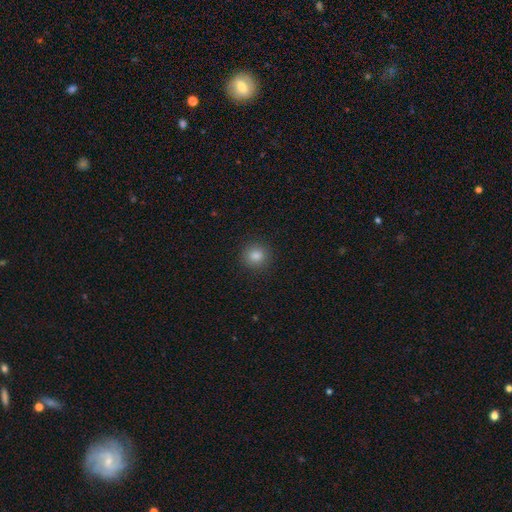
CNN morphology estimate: Smooth or featured? Predicted: smooth (p=0.83). How rounded? Predicted: round (p=0.90). Merging? Predicted: none (p=0.92).